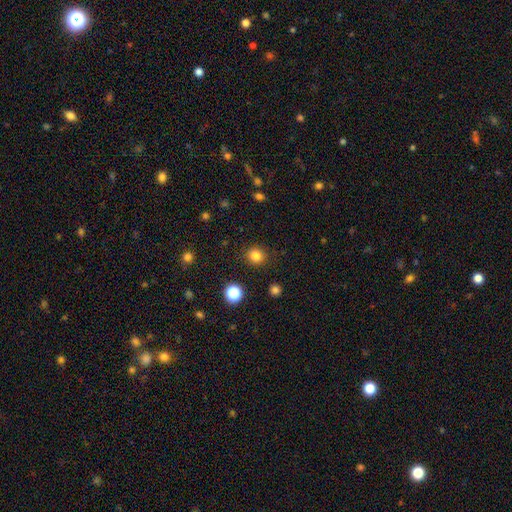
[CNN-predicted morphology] Overall: smooth (82%). How rounded: round (89%). Merging: none (89%).